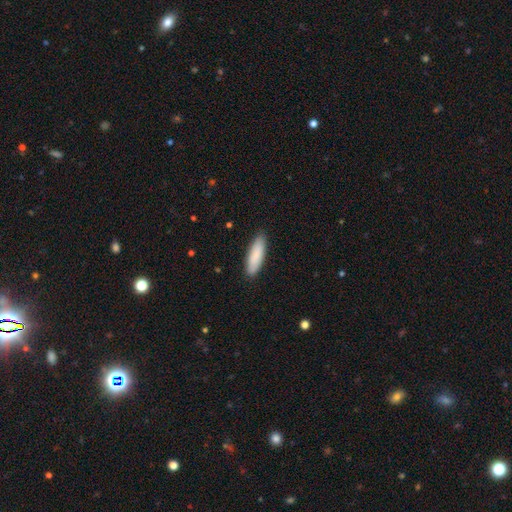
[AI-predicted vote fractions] Smooth or featured: smooth — 88% (featured or disk — 7%)
How rounded: cigar-shaped — 55% (in between — 44%)
Merging: none — 87% (minor disturbance — 10%)